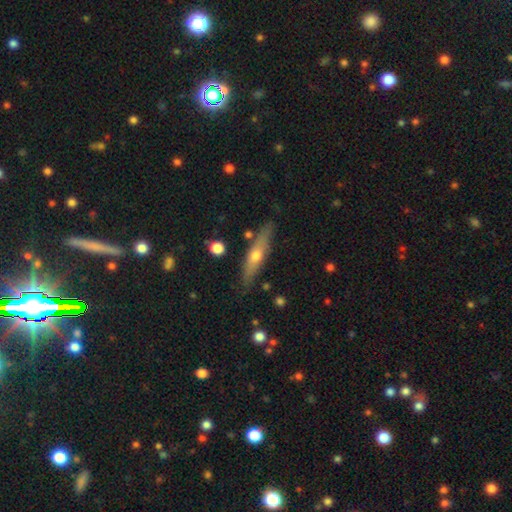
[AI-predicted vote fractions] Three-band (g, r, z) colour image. It shows a featured or disk galaxy (58%) viewed edge-on (88%) with a rounded central bulge (87%). Merging: none (85%).